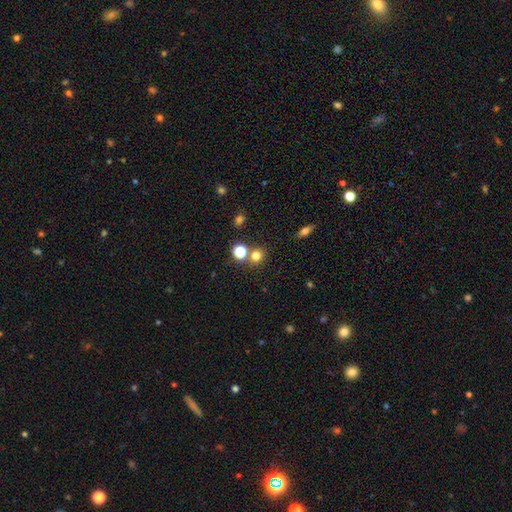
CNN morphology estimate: Smooth or featured?
  - smooth: 73% *
  - star or artifact: 20%
  - featured or disk: 7%
How rounded?
  - round: 84% *
  - in between: 14%
  - cigar-shaped: 1%
Merging?
  - none: 72% *
  - merger: 17%
  - minor disturbance: 8%
  - major disturbance: 3%